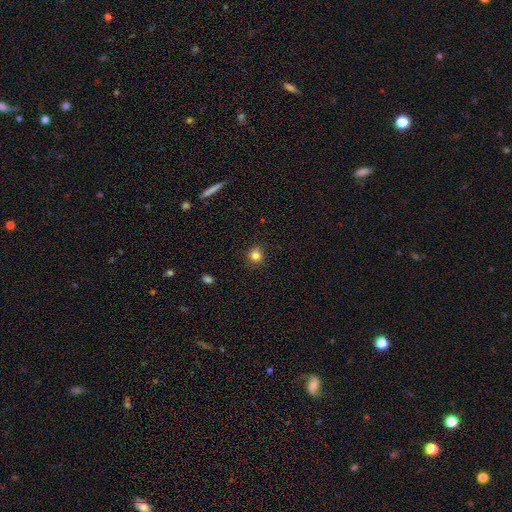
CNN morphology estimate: A smooth galaxy with no disk features (83%) that is round (91%).

Vote fractions:
- Smooth or featured? smooth: 83% / star or artifact: 12% / featured or disk: 5%
- How rounded? round: 91% / in between: 8% / cigar-shaped: 1%
- Merging? none: 91% / minor disturbance: 6% / major disturbance: 2% / merger: 1%